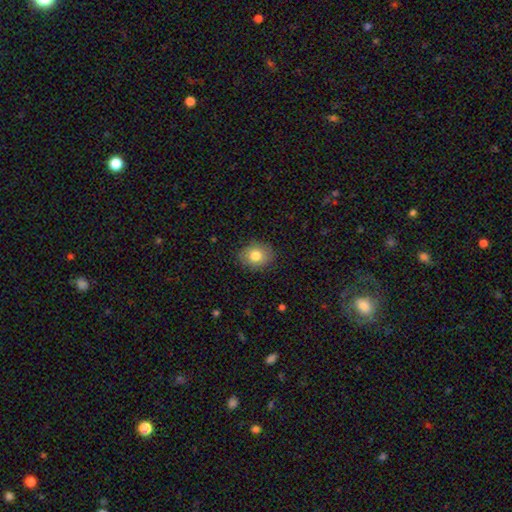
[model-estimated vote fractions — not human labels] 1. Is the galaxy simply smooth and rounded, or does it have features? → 80% smooth, 11% featured or disk, 9% star or artifact.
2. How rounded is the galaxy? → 57% round, 42% in between, 1% cigar-shaped.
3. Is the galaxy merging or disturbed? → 87% none, 10% minor disturbance, 3% major disturbance, 1% merger.